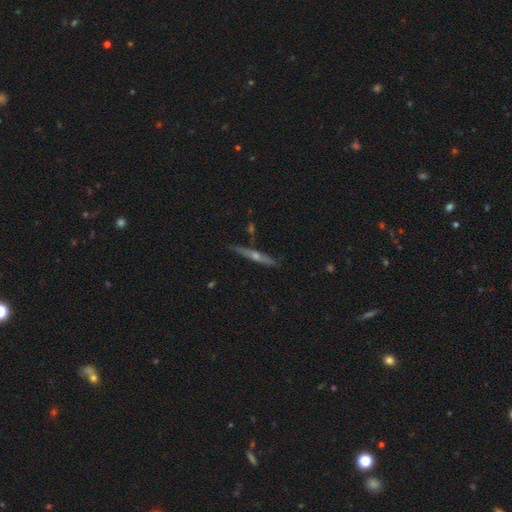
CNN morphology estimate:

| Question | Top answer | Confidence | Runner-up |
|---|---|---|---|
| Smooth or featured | featured or disk | 71% | smooth (22%) |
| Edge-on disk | yes | 96% | no (4%) |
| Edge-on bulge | rounded | 86% | none (11%) |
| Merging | none | 86% | minor disturbance (9%) |